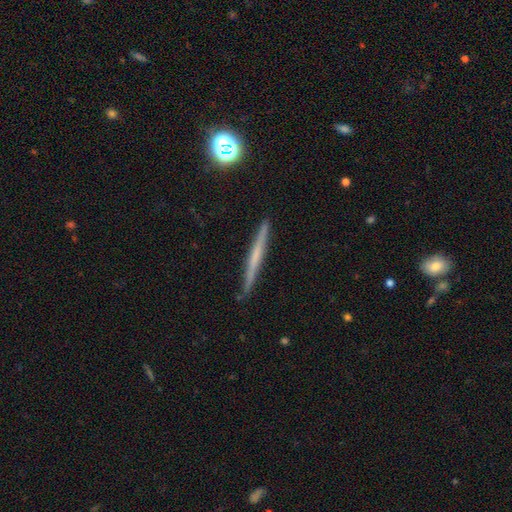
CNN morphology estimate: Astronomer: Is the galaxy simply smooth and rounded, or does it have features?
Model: featured or disk — 52% (runner-up: smooth, 40%).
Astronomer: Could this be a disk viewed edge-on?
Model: yes — 96%.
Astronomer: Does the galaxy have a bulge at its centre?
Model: none — 79%.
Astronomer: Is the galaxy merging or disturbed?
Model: none — 88%.